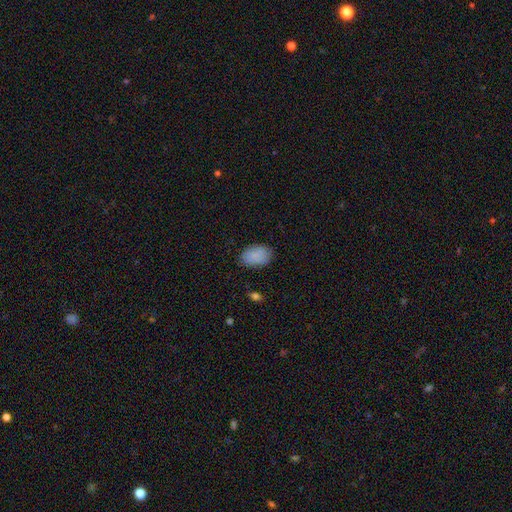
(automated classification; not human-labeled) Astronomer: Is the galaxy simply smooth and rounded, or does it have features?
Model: smooth — 88%.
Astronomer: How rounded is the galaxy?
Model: in between — 87%.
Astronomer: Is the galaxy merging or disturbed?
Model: none — 83%.